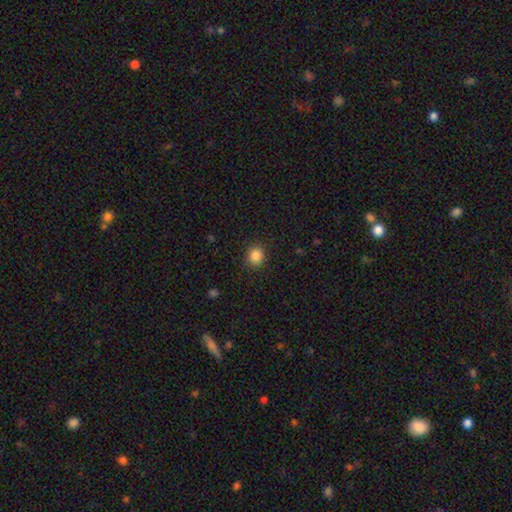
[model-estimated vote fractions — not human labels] Smooth or featured? Predicted: smooth (p=0.85). How rounded? Predicted: round (p=0.80). Merging? Predicted: none (p=0.89).